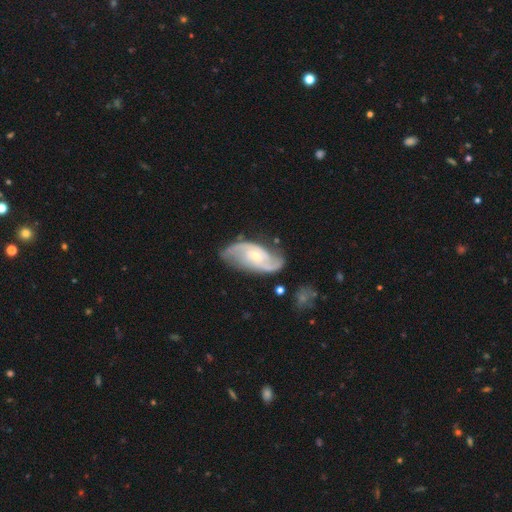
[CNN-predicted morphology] A featured or disk galaxy (86%) with no bar (59%), 2 (84%) medium (48%) spiral arms (96%) and a small central bulge (60%). Merging: none (74%).